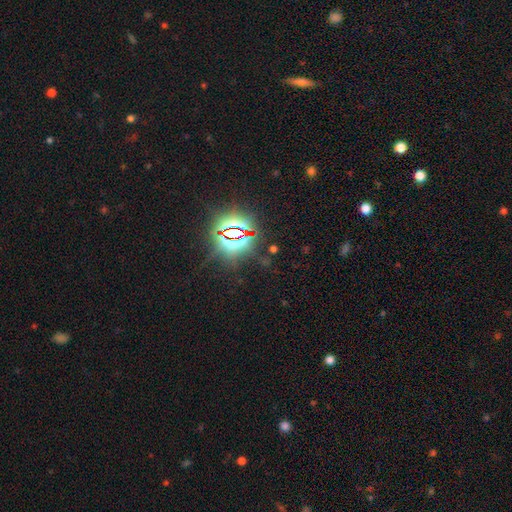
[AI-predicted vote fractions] smooth_or_featured: star or artifact (p=0.83) [alt: smooth p=0.09]